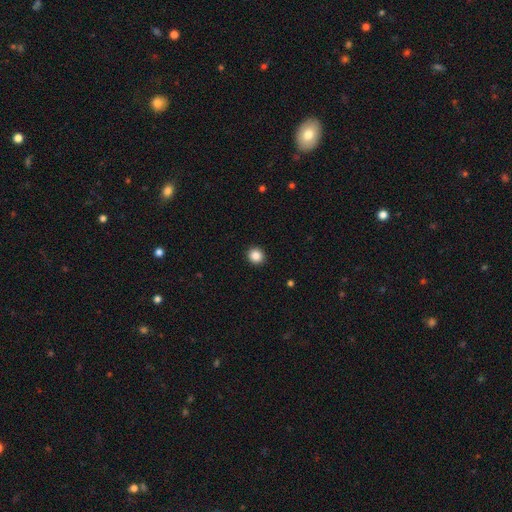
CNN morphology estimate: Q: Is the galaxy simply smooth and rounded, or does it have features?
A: smooth — 87%.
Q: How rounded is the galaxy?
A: round — 88%.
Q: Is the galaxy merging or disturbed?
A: none — 93%.